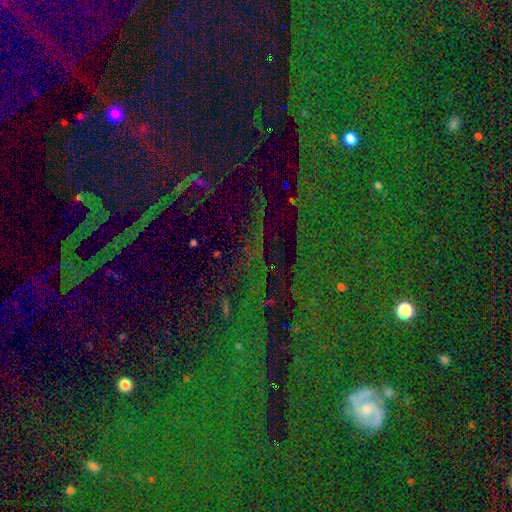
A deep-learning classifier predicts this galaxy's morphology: smooth-or-featured: star or artifact: 79% | smooth: 11% | featured or disk: 9%